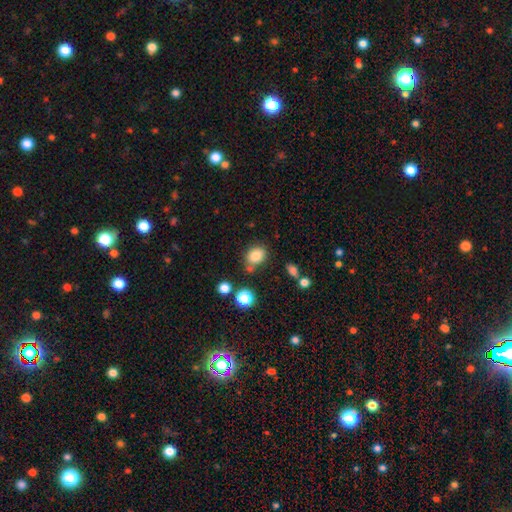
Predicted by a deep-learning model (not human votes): Smooth or featured?
  - smooth: 82% *
  - star or artifact: 11%
  - featured or disk: 7%
How rounded?
  - in between: 52% *
  - round: 47%
  - cigar-shaped: 1%
Merging?
  - none: 70% *
  - minor disturbance: 14%
  - merger: 11%
  - major disturbance: 4%